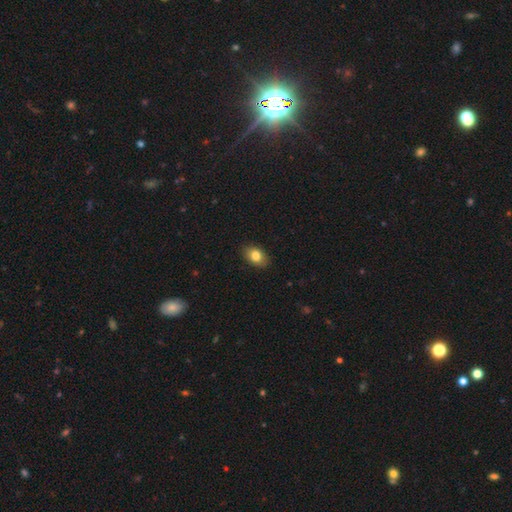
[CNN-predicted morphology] type=smooth (82%); roundness=in between (83%); merging=none (87%).